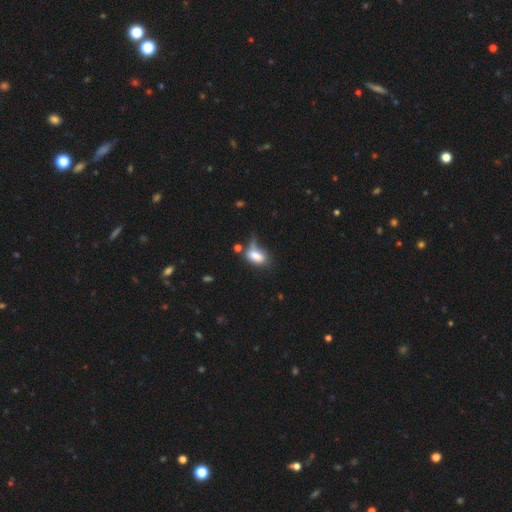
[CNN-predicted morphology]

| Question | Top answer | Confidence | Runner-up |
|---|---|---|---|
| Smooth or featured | smooth | 75% | featured or disk (15%) |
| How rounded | in between | 87% | round (7%) |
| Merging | none | 29% | minor disturbance (27%) |